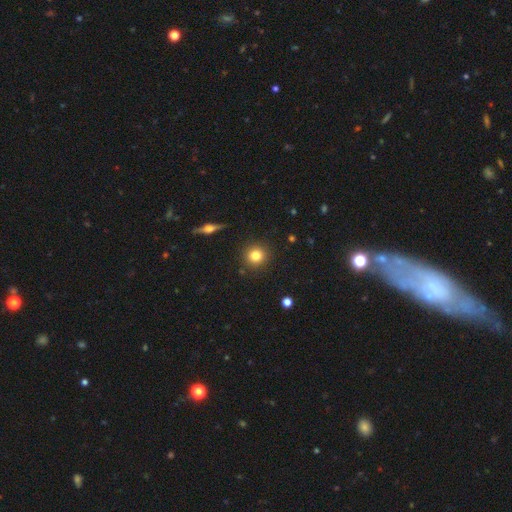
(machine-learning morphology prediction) A smooth galaxy with no disk features (80%) that is round (93%).

Vote fractions:
- Smooth or featured? smooth: 80% / star or artifact: 11% / featured or disk: 9%
- How rounded? round: 93% / in between: 6% / cigar-shaped: 1%
- Merging? none: 90% / minor disturbance: 6% / major disturbance: 2% / merger: 2%